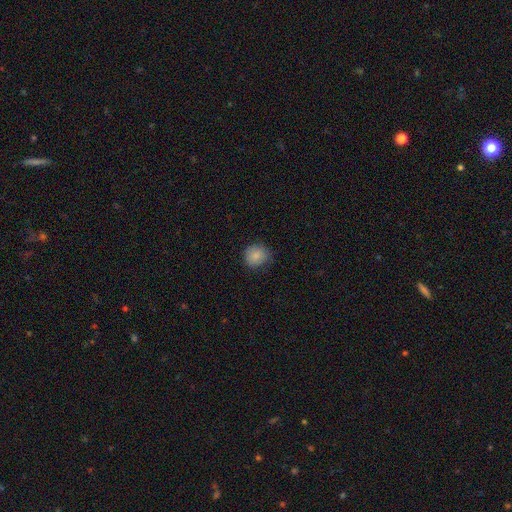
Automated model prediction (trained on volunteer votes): smooth_or_featured: smooth (p=0.85) [alt: star or artifact p=0.09]
how_rounded: round (p=0.84) [alt: in between p=0.15]
merging: none (p=0.78) [alt: minor disturbance p=0.17]